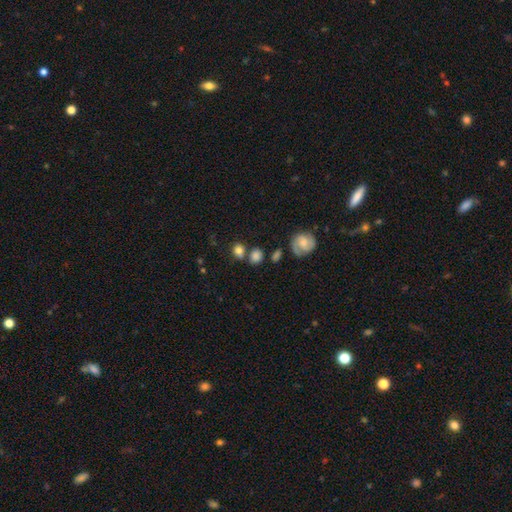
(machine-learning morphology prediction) Smooth or featured?
  - smooth: 77% *
  - featured or disk: 13%
  - star or artifact: 10%
How rounded?
  - round: 68% *
  - in between: 30%
  - cigar-shaped: 2%
Merging?
  - none: 62% *
  - merger: 20%
  - minor disturbance: 14%
  - major disturbance: 5%